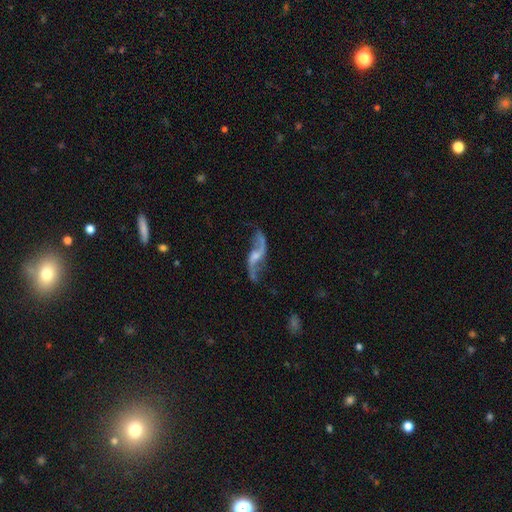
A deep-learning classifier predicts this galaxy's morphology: The model was most divided on "bar": weak: 44%, no: 41%, strong: 15%. Remaining: spiral arms — yes (95%); spiral arm count — 2 (93%); edge-on disk — no (92%); spiral winding — loose (90%); smooth or featured — featured or disk (88%); merging — none (73%); bulge size — small (42%).